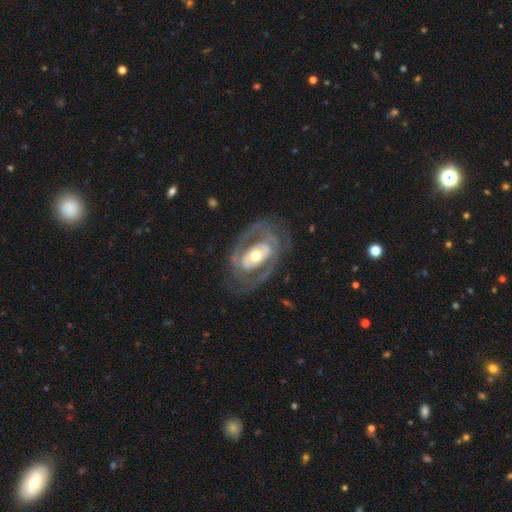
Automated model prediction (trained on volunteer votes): Overall: featured or disk (86%). Edge-on disk: no (95%). Bar: no (44%; strong 28%). Spiral arms: yes (80%). Spiral arm count: 2 (70%). Spiral winding: tight (48%; medium 38%). Bulge size: moderate (67%). Merging: none (71%).